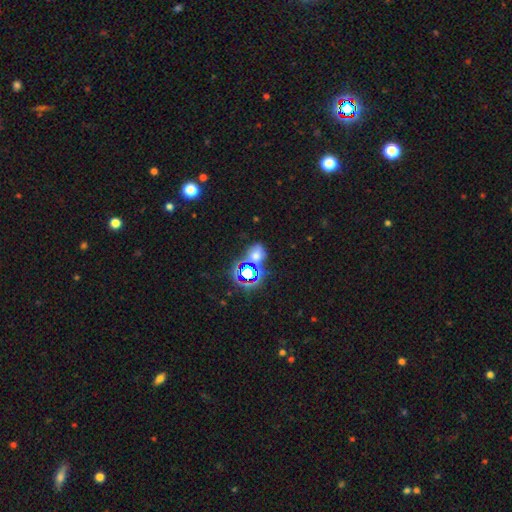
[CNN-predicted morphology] Smooth or featured? Predicted: star or artifact (p=0.44, tied with smooth).